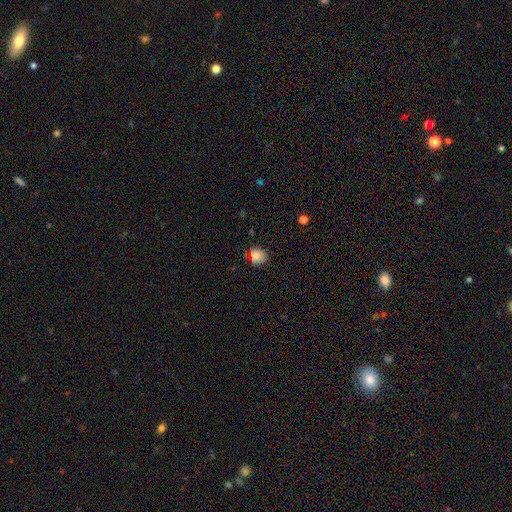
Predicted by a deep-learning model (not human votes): A smooth galaxy with no disk features (79%) that is round (77%).

Vote fractions:
- Smooth or featured? smooth: 79% / star or artifact: 15% / featured or disk: 6%
- How rounded? round: 77% / in between: 22% / cigar-shaped: 1%
- Merging? none: 76% / minor disturbance: 18% / major disturbance: 4% / merger: 2%